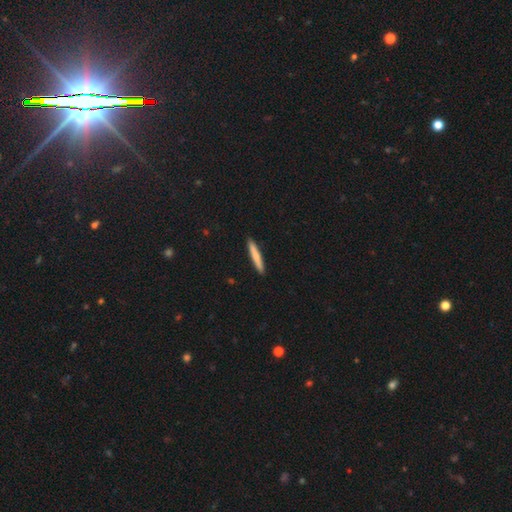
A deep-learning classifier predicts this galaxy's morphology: A smooth galaxy with no disk features (73%) that is cigar-shaped (94%).

Vote fractions:
- Smooth or featured? smooth: 73% / featured or disk: 22% / star or artifact: 5%
- How rounded? cigar-shaped: 94% / in between: 4% / round: 1%
- Merging? none: 92% / minor disturbance: 6% / major disturbance: 1% / merger: 1%